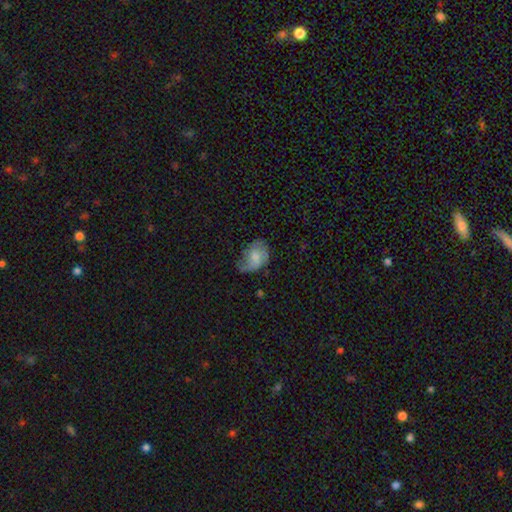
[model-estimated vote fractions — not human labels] Q: Smooth or featured?
A: smooth (47%); runner-up: featured or disk (44%)
Q: Merging?
A: none (48%); runner-up: minor disturbance (32%)